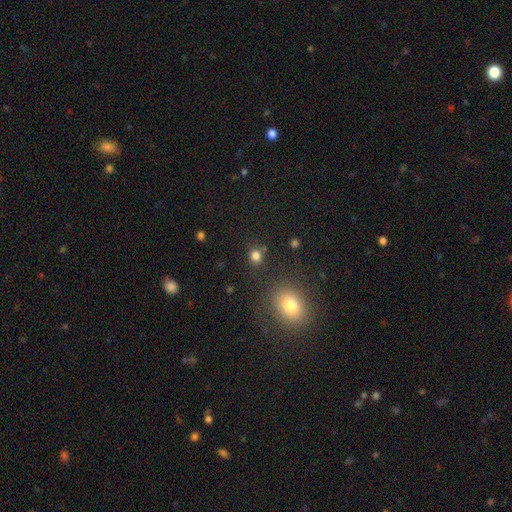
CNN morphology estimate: A smooth galaxy with no disk features (80%) that is round (76%).

Vote fractions:
- Smooth or featured? smooth: 80% / star or artifact: 16% / featured or disk: 5%
- How rounded? round: 76% / in between: 23% / cigar-shaped: 1%
- Merging? none: 78% / minor disturbance: 10% / merger: 8% / major disturbance: 4%